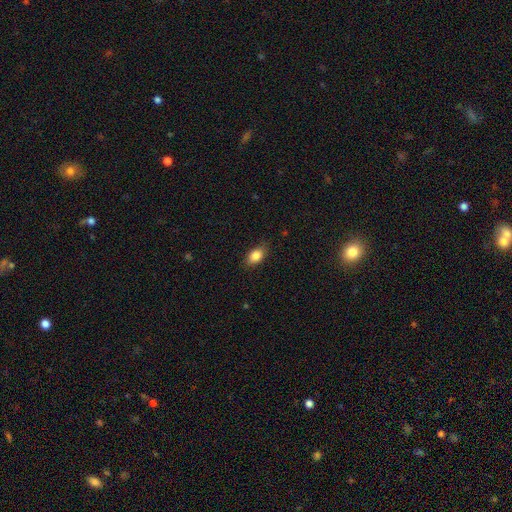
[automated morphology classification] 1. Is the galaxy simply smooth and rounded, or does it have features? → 85% smooth, 8% star or artifact, 7% featured or disk.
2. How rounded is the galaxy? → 85% in between, 12% round, 3% cigar-shaped.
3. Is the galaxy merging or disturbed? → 81% none, 15% minor disturbance, 3% major disturbance, 1% merger.